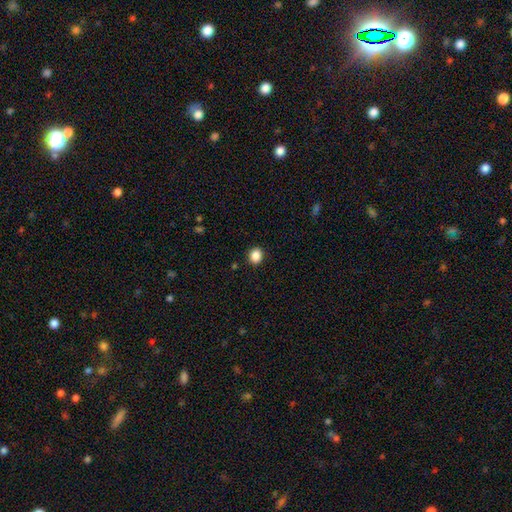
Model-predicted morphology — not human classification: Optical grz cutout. It shows a smooth galaxy with no disk features (87%) that is round (66%). Merging: none (90%).